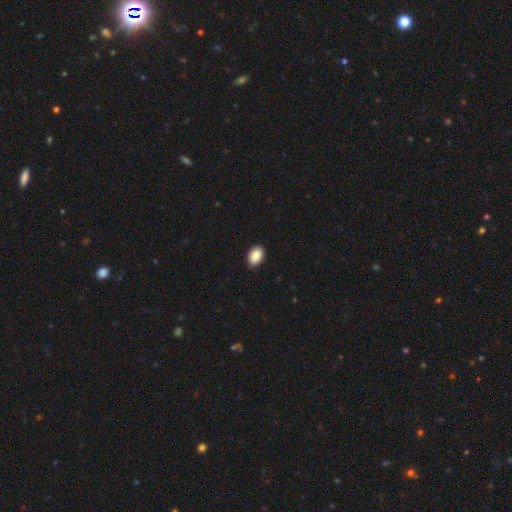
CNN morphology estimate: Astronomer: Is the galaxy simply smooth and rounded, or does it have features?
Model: smooth — 88%.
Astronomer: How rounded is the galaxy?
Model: in between — 84%.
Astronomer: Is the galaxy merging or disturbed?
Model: none — 89%.